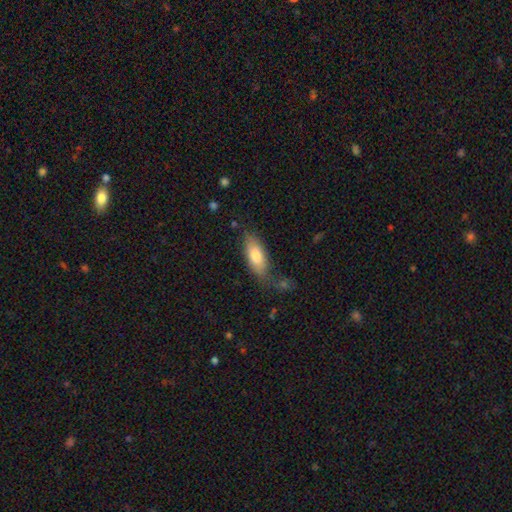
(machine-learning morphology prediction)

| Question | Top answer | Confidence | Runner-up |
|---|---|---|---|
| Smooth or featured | smooth | 77% | featured or disk (17%) |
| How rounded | in between | 79% | cigar-shaped (19%) |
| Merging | none | 61% | minor disturbance (24%) |